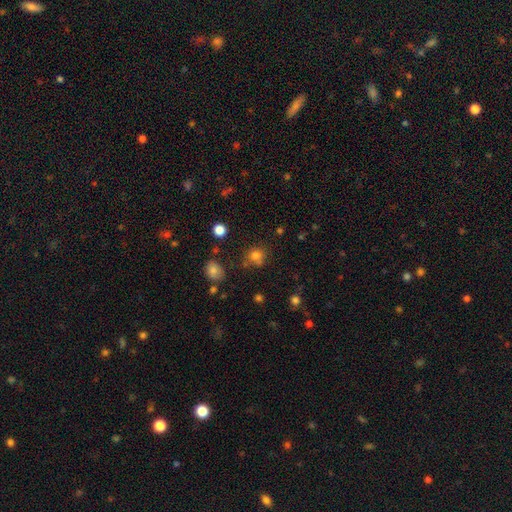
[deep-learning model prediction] Smooth or featured? smooth (78%)
How rounded? round (85%)
Merging? none (73%)